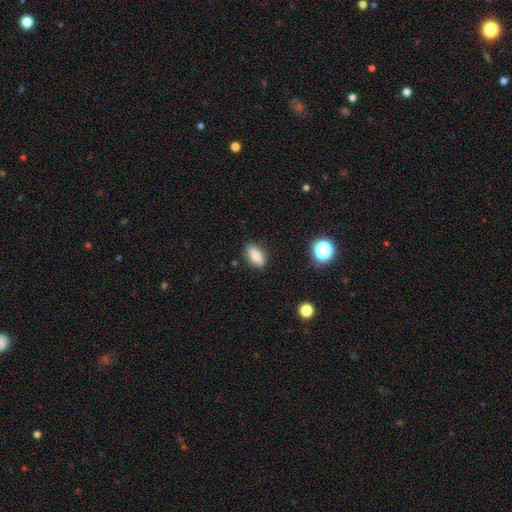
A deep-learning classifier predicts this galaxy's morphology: Q: Smooth or featured?
A: smooth (79%); runner-up: featured or disk (12%)
Q: How rounded?
A: in between (80%); runner-up: cigar-shaped (14%)
Q: Merging?
A: none (86%); runner-up: minor disturbance (10%)